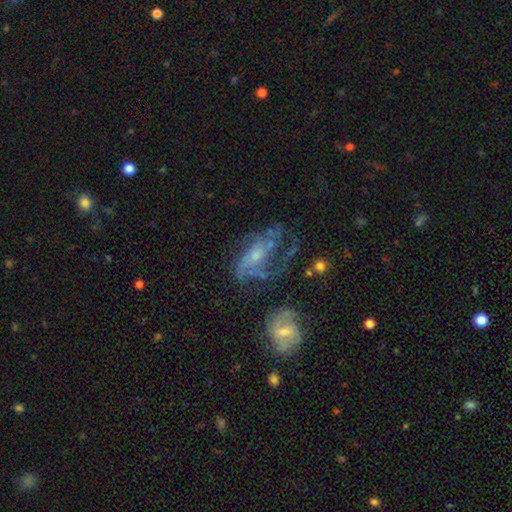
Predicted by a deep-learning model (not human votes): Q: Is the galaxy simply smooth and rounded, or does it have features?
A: featured or disk — 72%.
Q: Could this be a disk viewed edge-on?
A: no — 93%.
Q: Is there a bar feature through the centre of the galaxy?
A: no — 58%.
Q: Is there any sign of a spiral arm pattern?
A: yes — 75%.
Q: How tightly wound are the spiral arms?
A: medium — 41%.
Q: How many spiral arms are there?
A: can't tell — 34%.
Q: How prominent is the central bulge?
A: small — 55%.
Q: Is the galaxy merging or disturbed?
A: none — 37%.